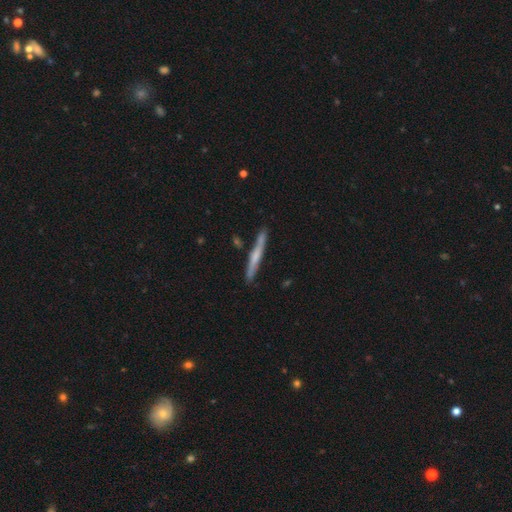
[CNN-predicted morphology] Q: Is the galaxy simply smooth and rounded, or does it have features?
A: featured or disk — 50%.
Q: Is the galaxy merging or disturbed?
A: none — 83%.